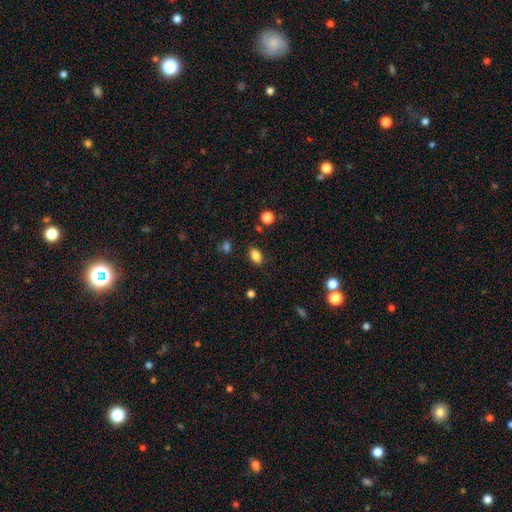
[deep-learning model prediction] A smooth galaxy with no disk features (84%) that is in between round and cigar-shaped (86%).

Vote fractions:
- Smooth or featured? smooth: 84% / star or artifact: 11% / featured or disk: 5%
- How rounded? in between: 86% / round: 12% / cigar-shaped: 2%
- Merging? none: 85% / minor disturbance: 10% / major disturbance: 3% / merger: 2%